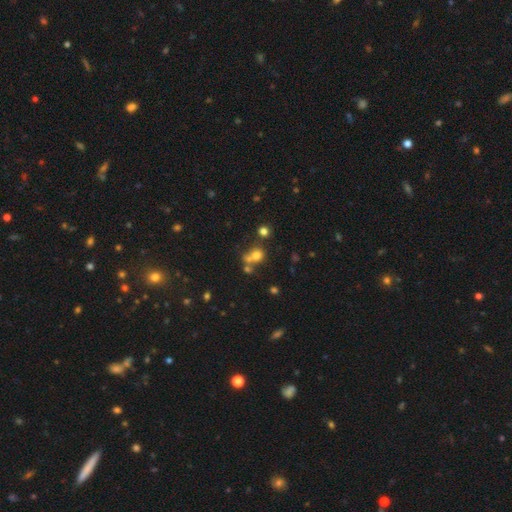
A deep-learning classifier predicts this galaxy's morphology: smooth-or-featured: smooth: 70% | star or artifact: 18% | featured or disk: 12%
  how-rounded: round: 76% | in between: 23% | cigar-shaped: 1%
  merging: none: 43% | merger: 41% | minor disturbance: 10% | major disturbance: 7%